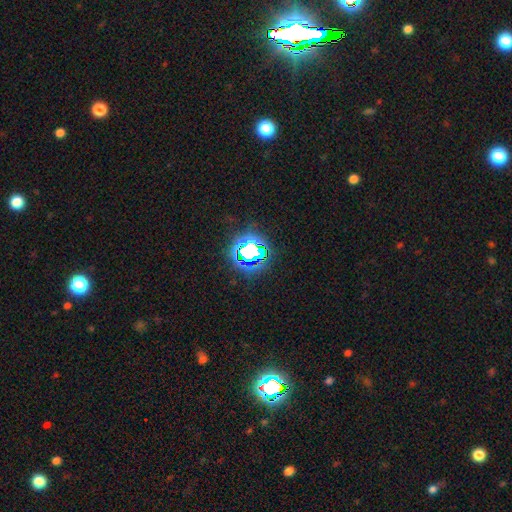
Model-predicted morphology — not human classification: Q: Smooth or featured?
A: star or artifact (65%); runner-up: smooth (22%)